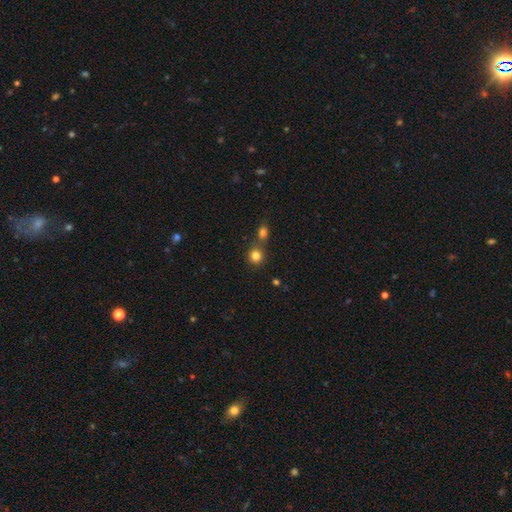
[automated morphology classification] Overall: smooth (82%). How rounded: round (89%). Merging: none (64%; merger 25%).